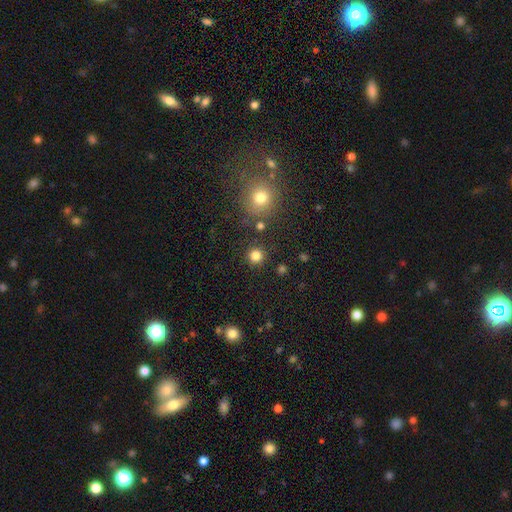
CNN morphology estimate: Smooth or featured? smooth (81%)
How rounded? round (95%)
Merging? none (88%)